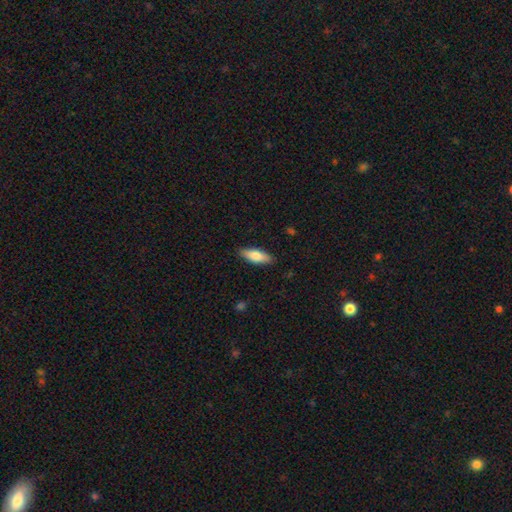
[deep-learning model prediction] smooth 78%, featured or disk 16%, star or artifact 6%. Down the decision tree: how rounded — in between (65%); merging — none (88%).